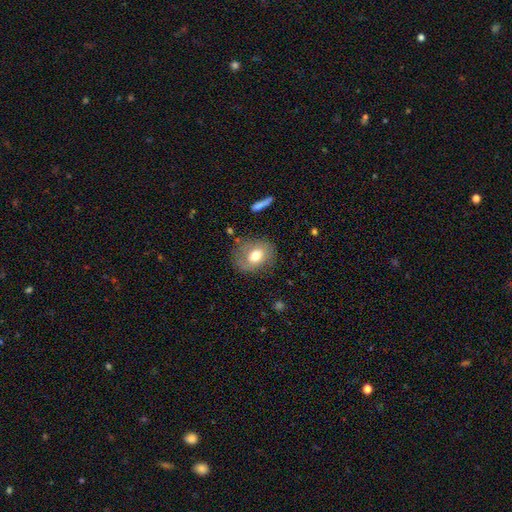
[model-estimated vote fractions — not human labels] The model was most divided on "how rounded": round: 54%, in between: 45%, cigar-shaped: 1%. More confident: merging — none (70%); smooth or featured — smooth (65%).